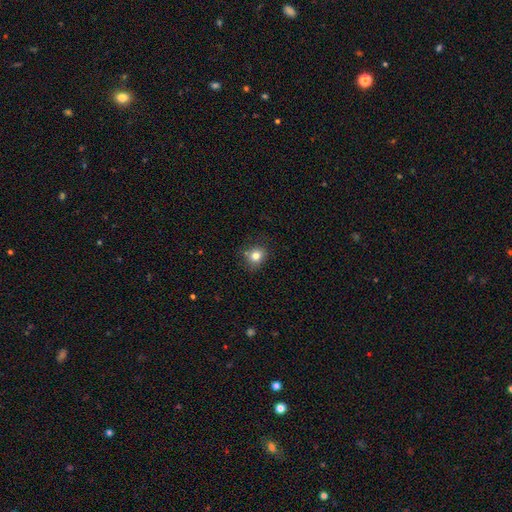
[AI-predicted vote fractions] Overall: smooth (80%). How rounded: round (77%). Merging: none (80%).